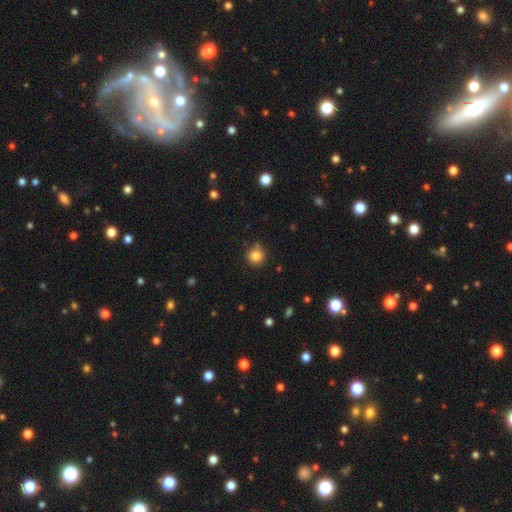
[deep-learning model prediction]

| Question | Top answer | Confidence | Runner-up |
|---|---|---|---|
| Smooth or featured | smooth | 83% | star or artifact (12%) |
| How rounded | round | 92% | in between (7%) |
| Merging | none | 82% | minor disturbance (11%) |